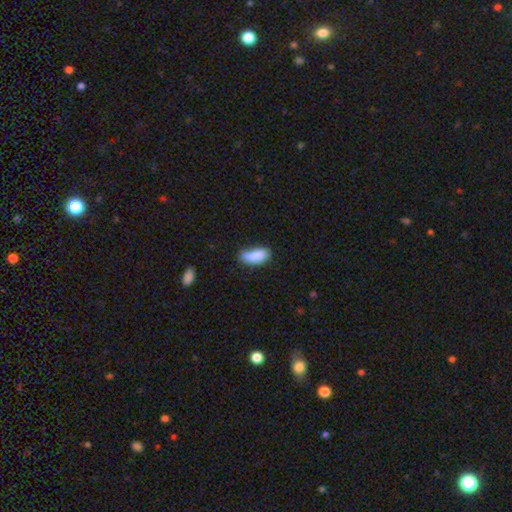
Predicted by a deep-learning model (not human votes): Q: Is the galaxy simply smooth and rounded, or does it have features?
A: smooth — 87%.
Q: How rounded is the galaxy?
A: in between — 86%.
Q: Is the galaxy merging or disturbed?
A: none — 55%.